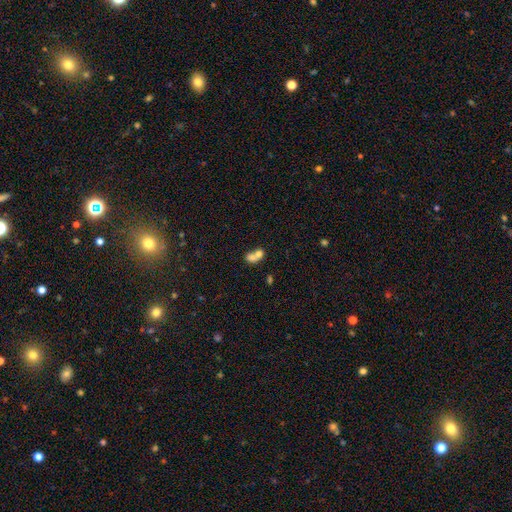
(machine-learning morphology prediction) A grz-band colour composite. It shows a smooth galaxy with no disk features (70%) that is in between round and cigar-shaped (53%). Merging: merger (73%).